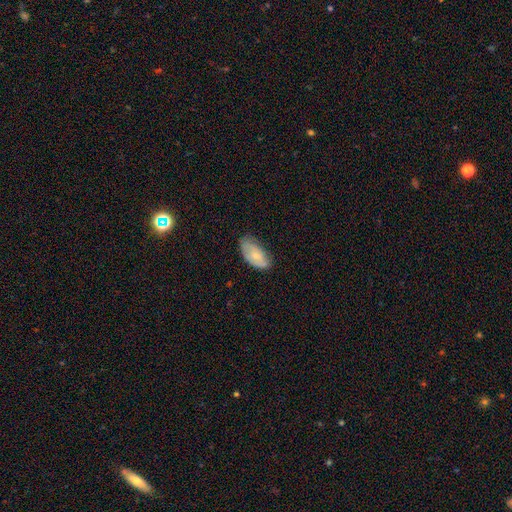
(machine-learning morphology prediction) Q: Smooth or featured?
A: smooth (61%); runner-up: featured or disk (33%)
Q: How rounded?
A: in between (93%); runner-up: cigar-shaped (4%)
Q: Merging?
A: none (62%); runner-up: minor disturbance (30%)